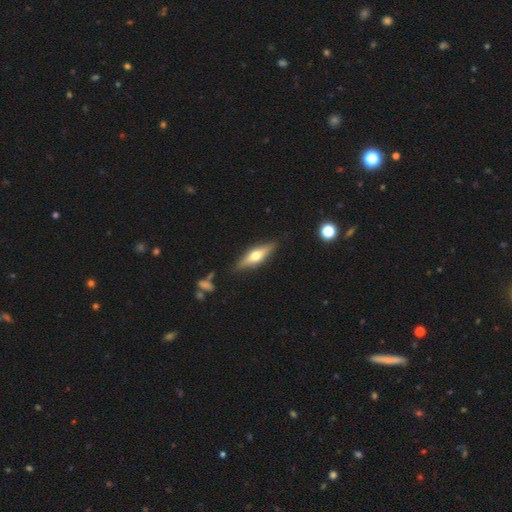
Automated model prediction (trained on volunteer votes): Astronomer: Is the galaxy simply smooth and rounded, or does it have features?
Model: featured or disk — 56% (runner-up: smooth, 38%).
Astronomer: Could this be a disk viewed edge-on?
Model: yes — 93%.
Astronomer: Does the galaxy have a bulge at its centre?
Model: rounded — 93%.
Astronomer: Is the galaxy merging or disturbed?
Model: none — 86%.